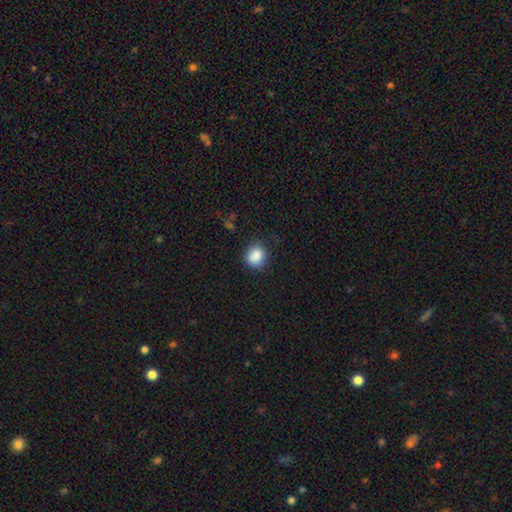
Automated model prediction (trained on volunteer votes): Smooth or featured? Predicted: smooth (p=0.86). How rounded? Predicted: round (p=0.79). Merging? Predicted: none (p=0.79).